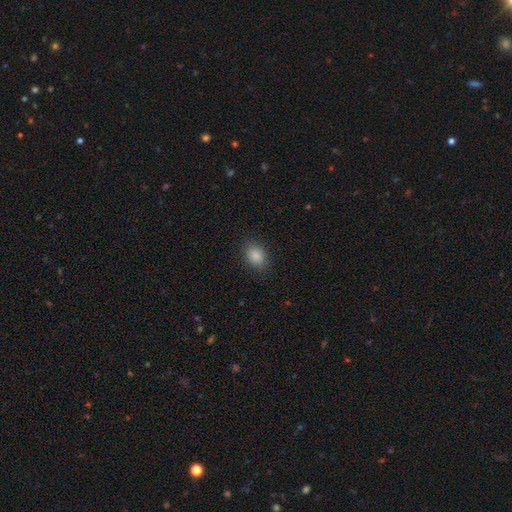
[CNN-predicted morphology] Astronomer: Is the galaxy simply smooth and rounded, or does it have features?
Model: smooth — 87%.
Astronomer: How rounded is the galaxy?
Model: in between — 76%.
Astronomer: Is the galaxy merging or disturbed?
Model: none — 86%.